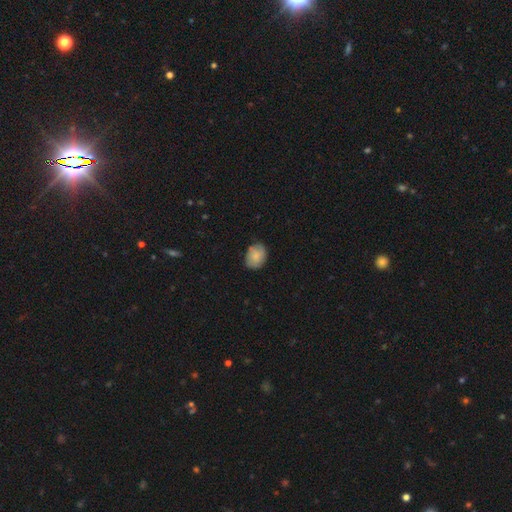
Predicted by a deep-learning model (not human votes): Smooth or featured? Predicted: smooth (p=0.80). How rounded? Predicted: in between (p=0.63). Merging? Predicted: none (p=0.76).